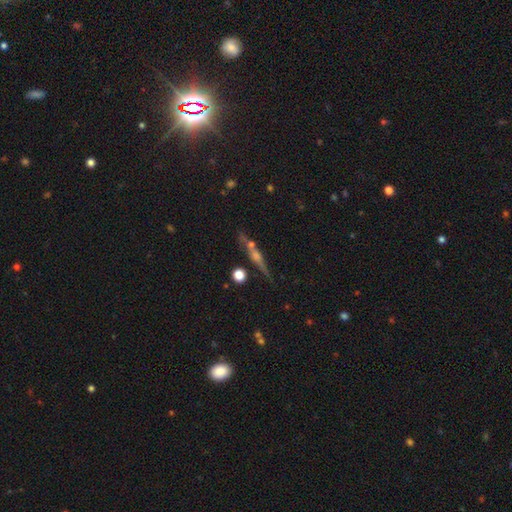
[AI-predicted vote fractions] This appears to be a featured or disk galaxy (67%) viewed edge-on (94%) with a rounded central bulge (76%). Merging: none (75%).